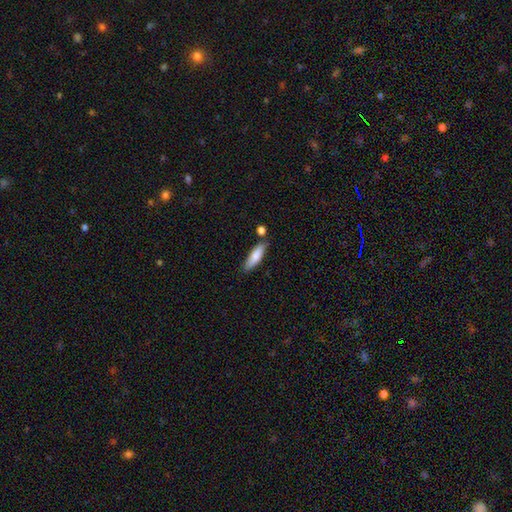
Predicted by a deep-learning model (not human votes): Smooth or featured? smooth (78%)
How rounded? cigar-shaped (57%)
Merging? none (74%)